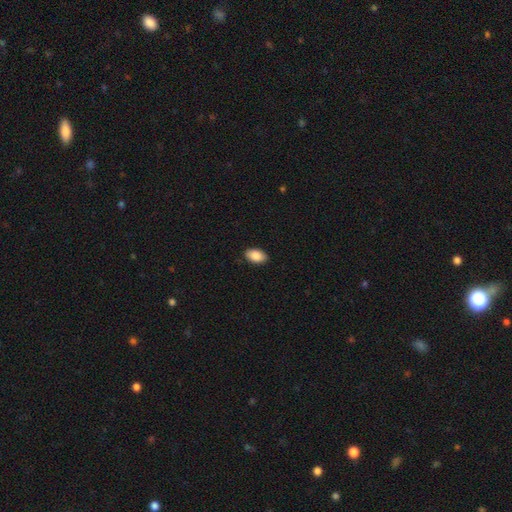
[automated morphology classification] Smooth or featured?
  - smooth: 88% *
  - star or artifact: 7%
  - featured or disk: 5%
How rounded?
  - in between: 93% *
  - round: 5%
  - cigar-shaped: 1%
Merging?
  - none: 89% *
  - minor disturbance: 9%
  - major disturbance: 2%
  - merger: 1%